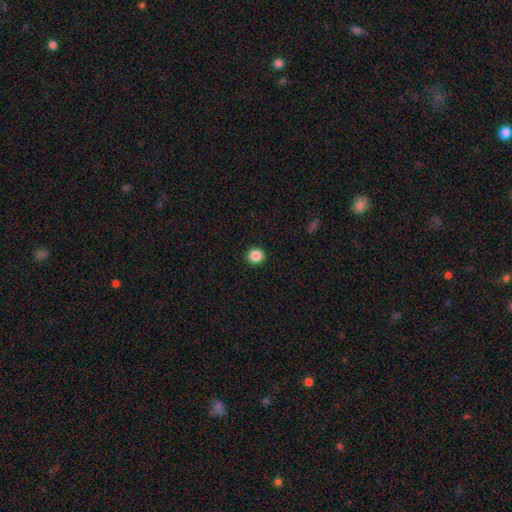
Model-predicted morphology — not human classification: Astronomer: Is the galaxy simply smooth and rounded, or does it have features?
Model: smooth — 86%.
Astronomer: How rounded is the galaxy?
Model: round — 84%.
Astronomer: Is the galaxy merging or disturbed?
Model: none — 93%.